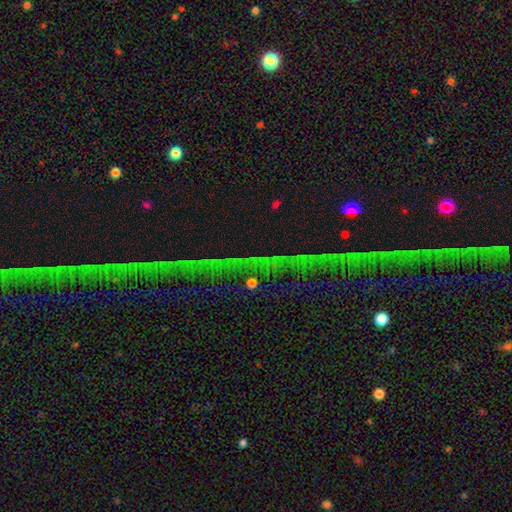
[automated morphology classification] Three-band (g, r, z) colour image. It shows a star or artifact, not a galaxy (74%).